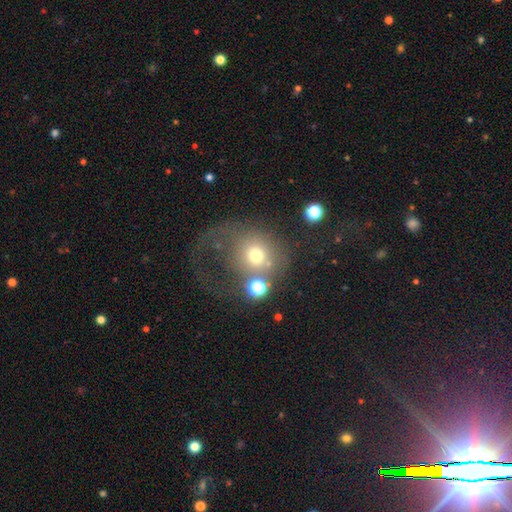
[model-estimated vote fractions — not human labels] smooth 59%, featured or disk 25%, star or artifact 16%. Down the decision tree: how rounded — round (77%); merging — major disturbance (43%).